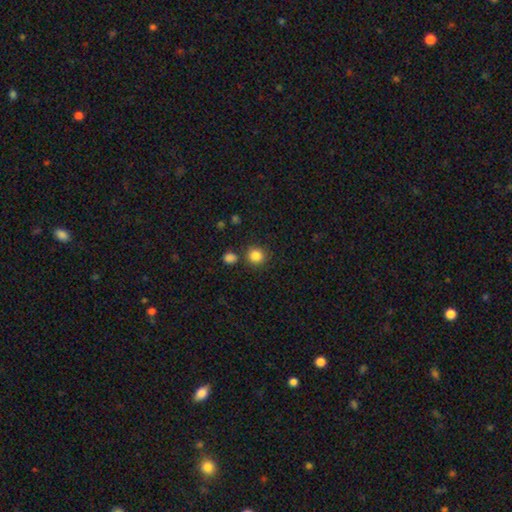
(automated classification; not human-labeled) smooth_or_featured: smooth (p=0.85) [alt: star or artifact p=0.11]
how_rounded: round (p=0.90) [alt: in between p=0.09]
merging: none (p=0.81) [alt: minor disturbance p=0.08]